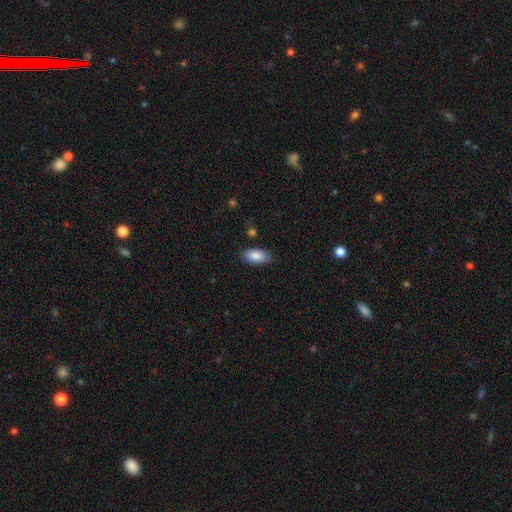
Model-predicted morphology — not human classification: Overall: smooth (86%). How rounded: in between (91%). Merging: none (83%).